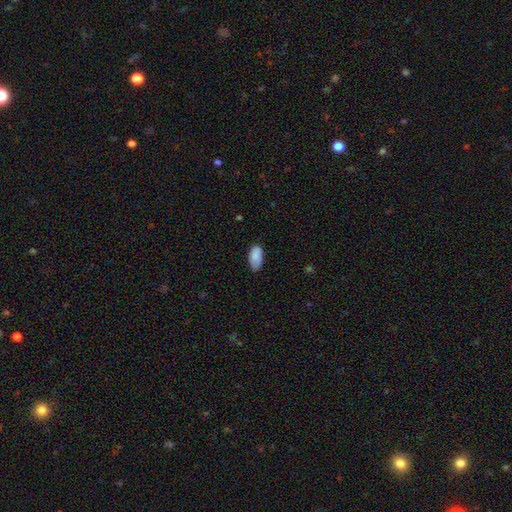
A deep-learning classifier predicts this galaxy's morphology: type=smooth (87%); roundness=in between (94%); merging=none (70%).